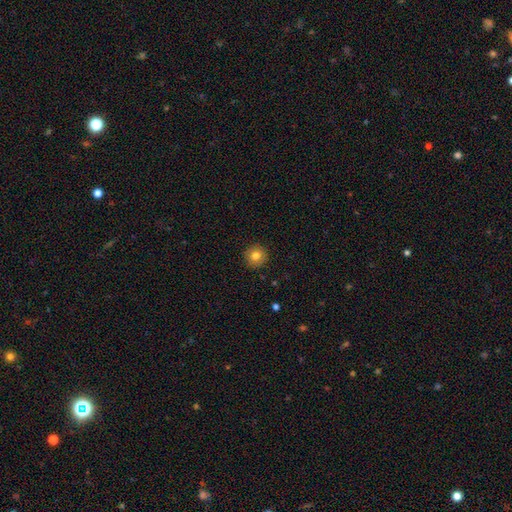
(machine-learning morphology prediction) Smooth or featured?
  - smooth: 81% *
  - star or artifact: 10%
  - featured or disk: 9%
How rounded?
  - round: 94% *
  - in between: 5%
  - cigar-shaped: 1%
Merging?
  - none: 92% *
  - minor disturbance: 6%
  - major disturbance: 2%
  - merger: 1%